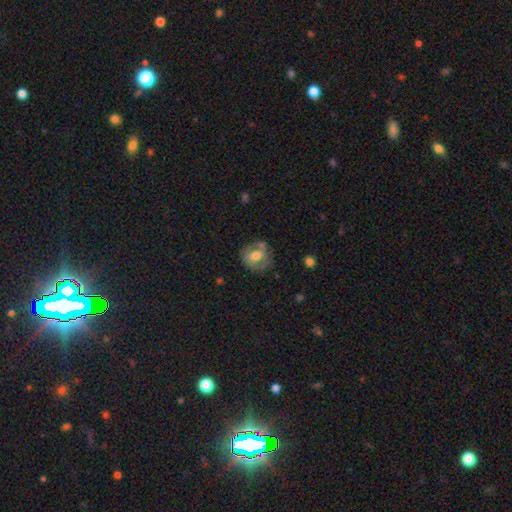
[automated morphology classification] Overall: smooth (58%; featured or disk 34%). How rounded: round (76%). Merging: none (63%).